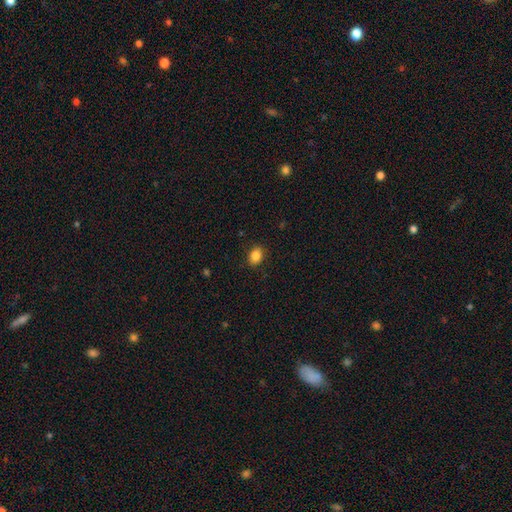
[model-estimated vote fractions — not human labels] A smooth galaxy with no disk features (86%) that is in between round and cigar-shaped (73%).

Vote fractions:
- Smooth or featured? smooth: 86% / star or artifact: 9% / featured or disk: 4%
- How rounded? in between: 73% / round: 26% / cigar-shaped: 1%
- Merging? none: 88% / minor disturbance: 8% / major disturbance: 2% / merger: 1%